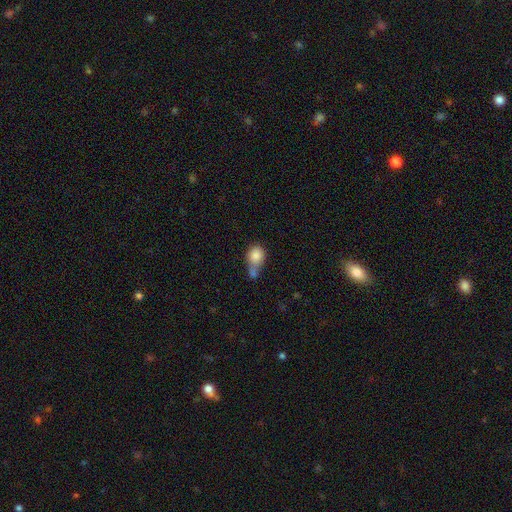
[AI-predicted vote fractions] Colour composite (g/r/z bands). It shows a smooth galaxy with no disk features (81%) that is round (58%). Merging: merger (49%).